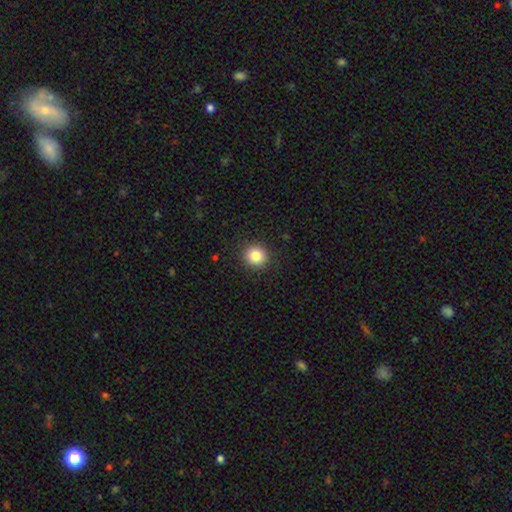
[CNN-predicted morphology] Smooth or featured? Predicted: smooth (p=0.84). How rounded? Predicted: round (p=0.91). Merging? Predicted: none (p=0.91).